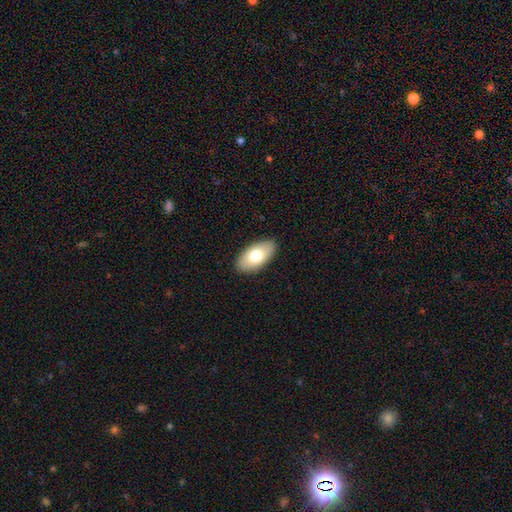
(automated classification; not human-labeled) smooth 73%, featured or disk 21%, star or artifact 6%. Down the decision tree: how rounded — in between (94%); merging — none (89%).